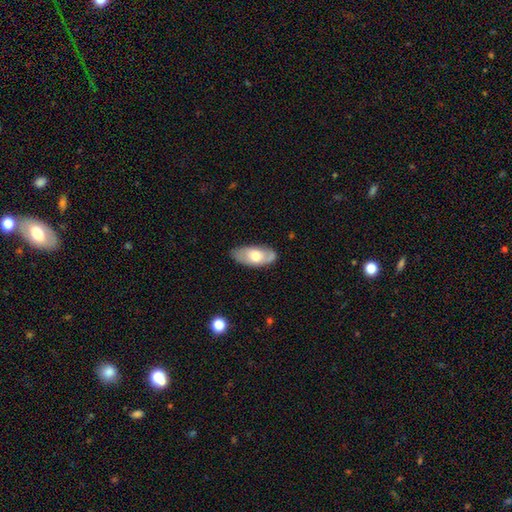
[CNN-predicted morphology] smooth_or_featured: smooth (p=0.55) [alt: featured or disk p=0.40]
how_rounded: in between (p=0.91) [alt: cigar-shaped p=0.07]
merging: none (p=0.76) [alt: minor disturbance p=0.19]